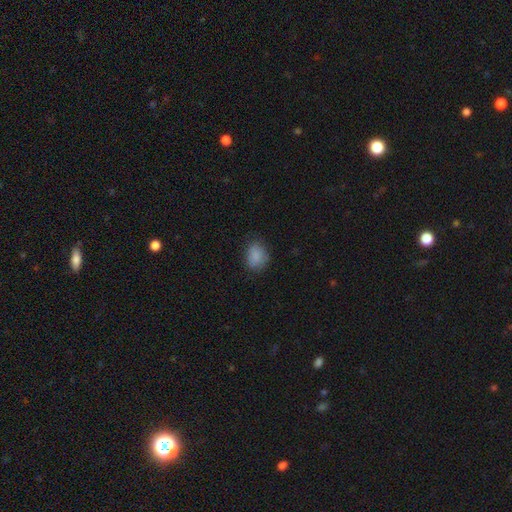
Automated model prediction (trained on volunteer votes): Overall: smooth (86%). How rounded: in between (57%; round 42%). Merging: none (74%).